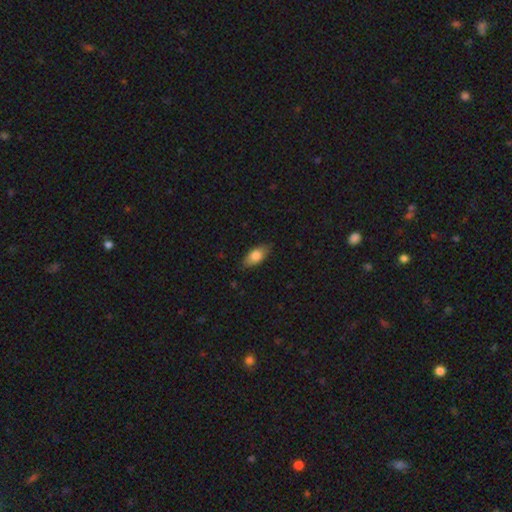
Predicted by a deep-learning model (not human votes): smooth_or_featured: smooth (p=0.79) [alt: featured or disk p=0.14]
how_rounded: in between (p=0.87) [alt: cigar-shaped p=0.09]
merging: none (p=0.83) [alt: minor disturbance p=0.13]